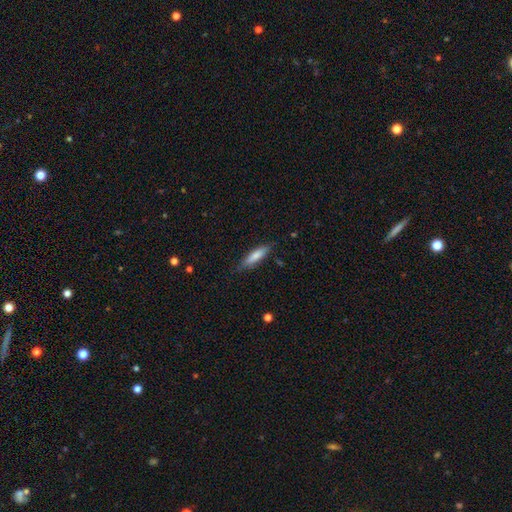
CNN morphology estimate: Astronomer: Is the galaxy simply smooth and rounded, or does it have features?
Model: smooth — 74%.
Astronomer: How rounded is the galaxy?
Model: cigar-shaped — 71%.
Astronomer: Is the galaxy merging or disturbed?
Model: none — 77%.